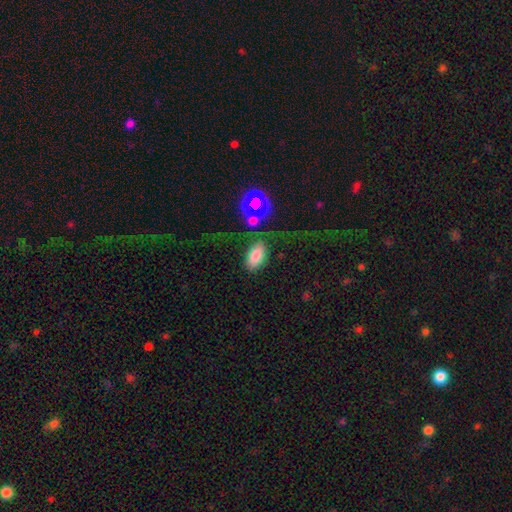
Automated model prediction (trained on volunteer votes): Smooth or featured? Predicted: smooth (p=0.77). How rounded? Predicted: in between (p=0.90). Merging? Predicted: none (p=0.71).